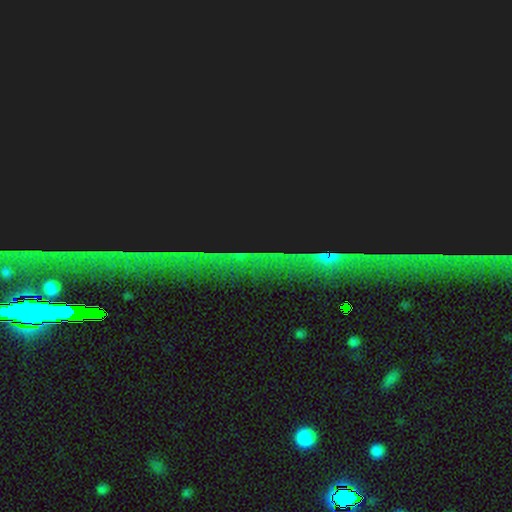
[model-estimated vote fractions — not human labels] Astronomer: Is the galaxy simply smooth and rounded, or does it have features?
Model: star or artifact — 87%.